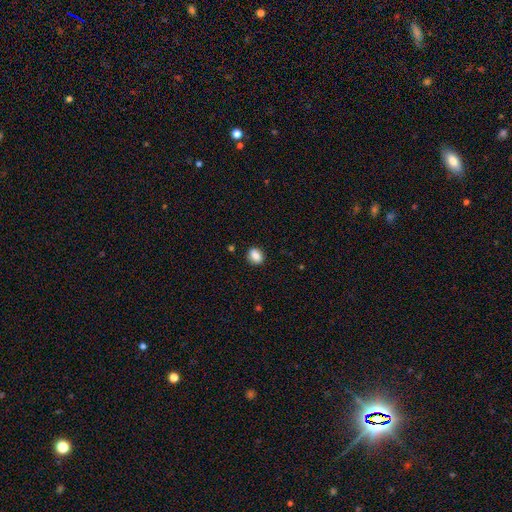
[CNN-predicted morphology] Smooth or featured? smooth (84%)
How rounded? round (49%, tied with in between)
Merging? none (86%)